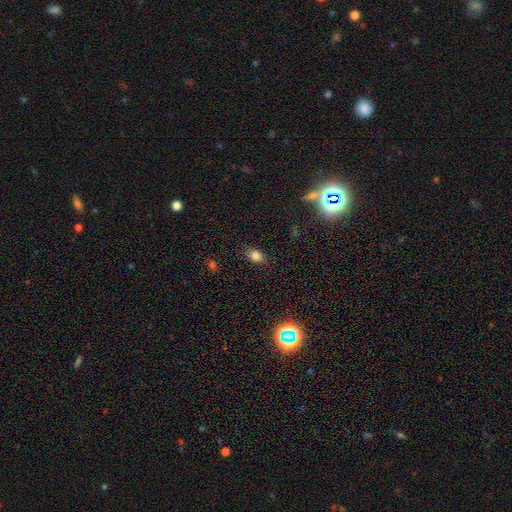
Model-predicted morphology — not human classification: smooth-or-featured: smooth: 80% | star or artifact: 14% | featured or disk: 6%
  how-rounded: in between: 67% | round: 31% | cigar-shaped: 2%
  merging: none: 83% | minor disturbance: 13% | major disturbance: 3% | merger: 1%